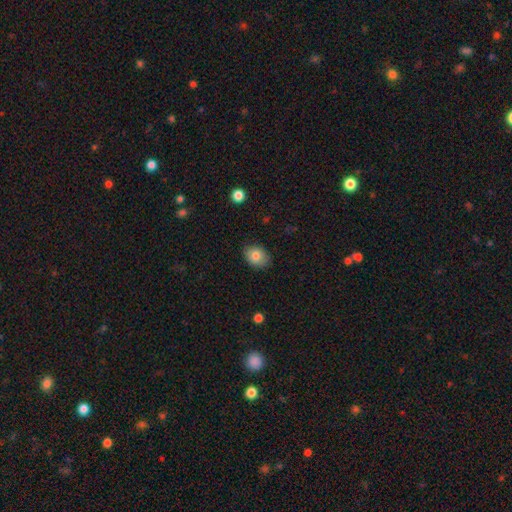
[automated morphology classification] Overall: smooth (80%). How rounded: in between (69%; round 30%). Merging: none (84%).